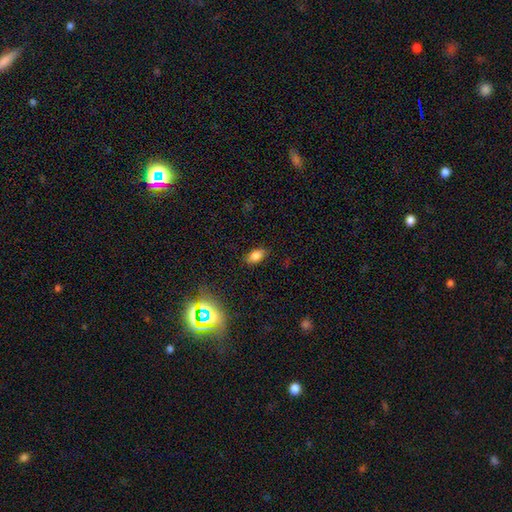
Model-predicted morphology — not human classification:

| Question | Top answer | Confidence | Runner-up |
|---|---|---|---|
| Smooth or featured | smooth | 80% | star or artifact (13%) |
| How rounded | in between | 88% | round (9%) |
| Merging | none | 83% | minor disturbance (13%) |